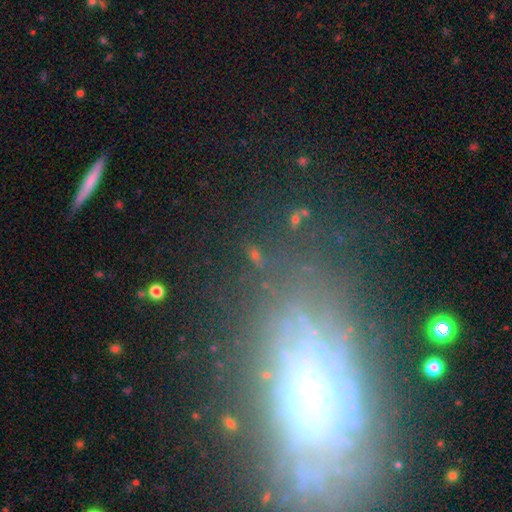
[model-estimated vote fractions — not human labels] Q: Smooth or featured?
A: star or artifact (38%); runner-up: smooth (36%)